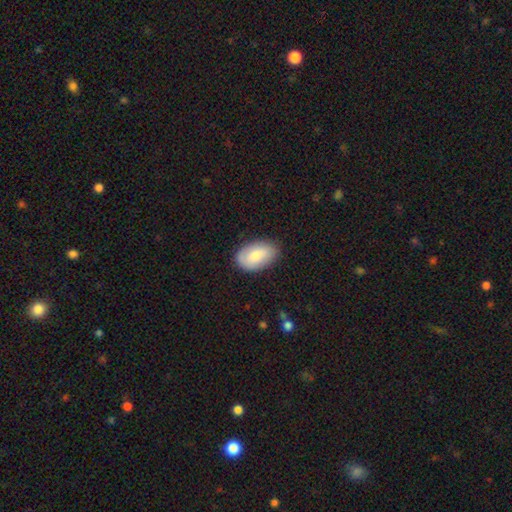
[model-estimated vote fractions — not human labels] Morphology: type=smooth (77%); roundness=in between (93%); merging=none (82%).